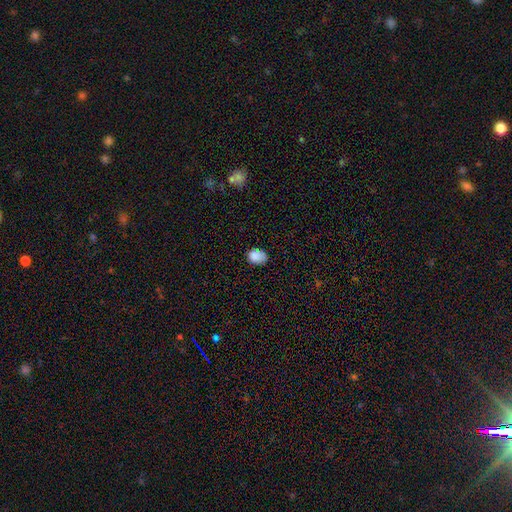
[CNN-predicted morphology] A smooth galaxy with no disk features (83%) that is in between round and cigar-shaped (67%).

Vote fractions:
- Smooth or featured? smooth: 83% / star or artifact: 11% / featured or disk: 6%
- How rounded? in between: 67% / round: 32% / cigar-shaped: 1%
- Merging? none: 65% / minor disturbance: 27% / major disturbance: 6% / merger: 3%